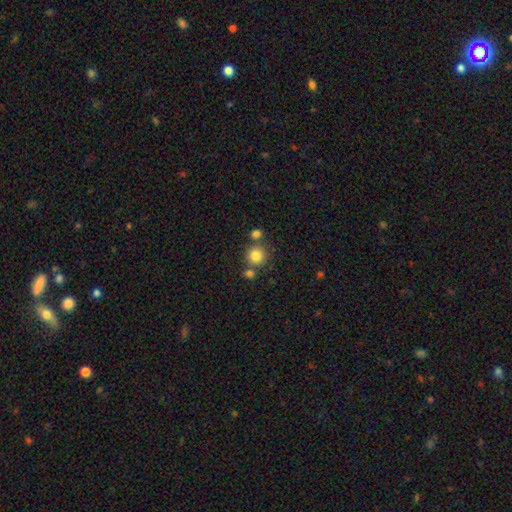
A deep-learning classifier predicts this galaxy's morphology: smooth-or-featured: smooth: 82% | star or artifact: 11% | featured or disk: 7%
  how-rounded: round: 92% | in between: 7% | cigar-shaped: 1%
  merging: none: 71% | merger: 18% | minor disturbance: 8% | major disturbance: 3%